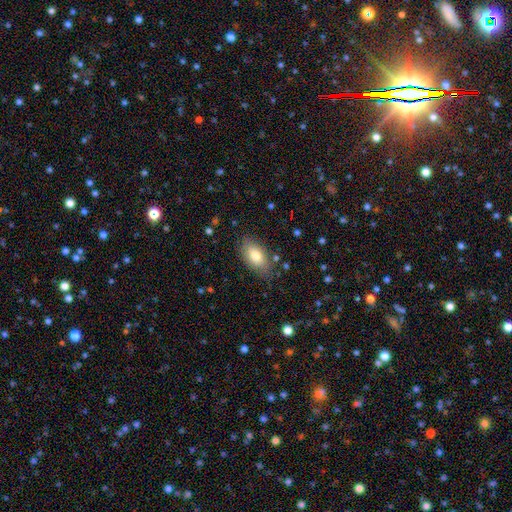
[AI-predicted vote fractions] smooth 77%, featured or disk 16%, star or artifact 7%. Down the decision tree: how rounded — in between (90%); merging — none (77%).